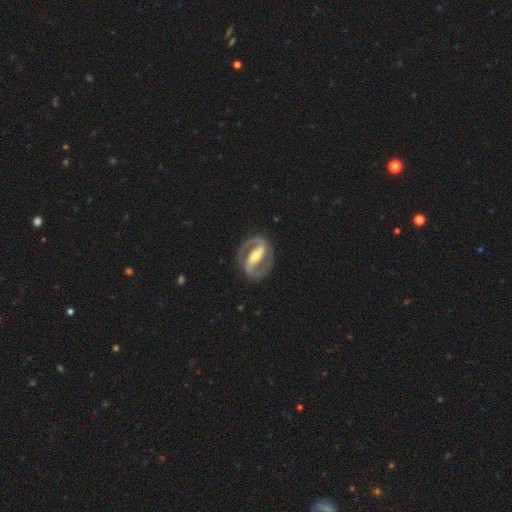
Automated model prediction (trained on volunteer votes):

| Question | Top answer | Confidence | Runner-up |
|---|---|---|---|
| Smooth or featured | featured or disk | 91% | smooth (6%) |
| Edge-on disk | no | 96% | yes (4%) |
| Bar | strong | 74% | weak (17%) |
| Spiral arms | yes | 93% | no (7%) |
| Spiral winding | medium | 50% | tight (36%) |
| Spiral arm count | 2 | 92% | can't tell (3%) |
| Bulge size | moderate | 59% | small (33%) |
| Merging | none | 86% | minor disturbance (9%) |